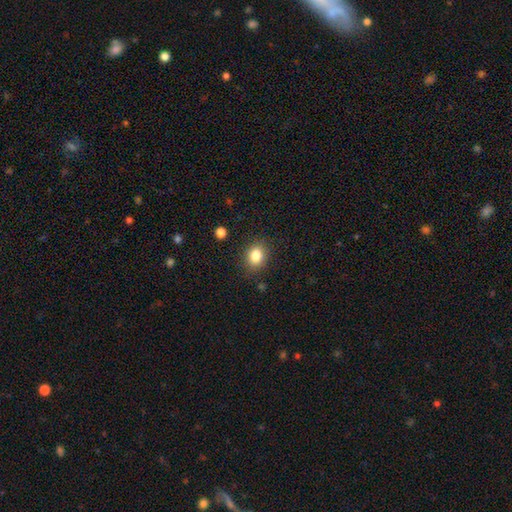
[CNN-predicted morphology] This appears to be a smooth galaxy with no disk features (83%) that is round (55%). Merging: none (86%).